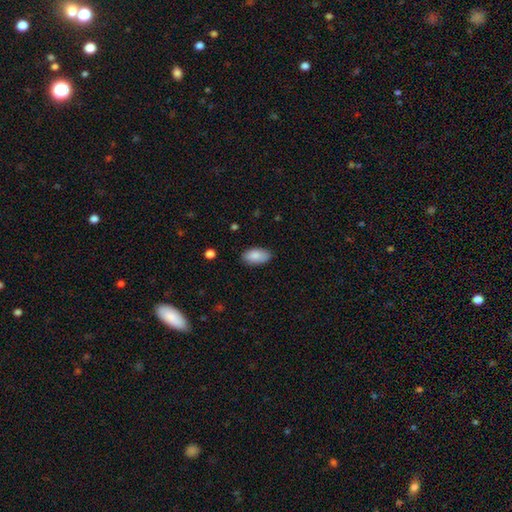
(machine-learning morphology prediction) A smooth galaxy with no disk features (87%) that is in between round and cigar-shaped (95%).

Vote fractions:
- Smooth or featured? smooth: 87% / featured or disk: 7% / star or artifact: 7%
- How rounded? in between: 95% / round: 3% / cigar-shaped: 2%
- Merging? none: 85% / minor disturbance: 12% / major disturbance: 2% / merger: 1%